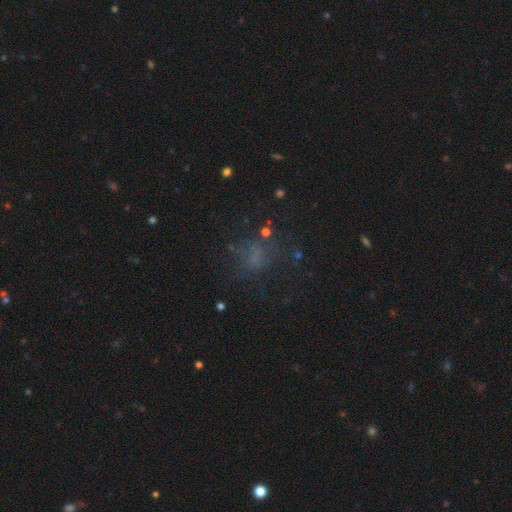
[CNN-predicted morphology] This appears to be a smooth galaxy with no disk features (45%). Merging: none (56%).